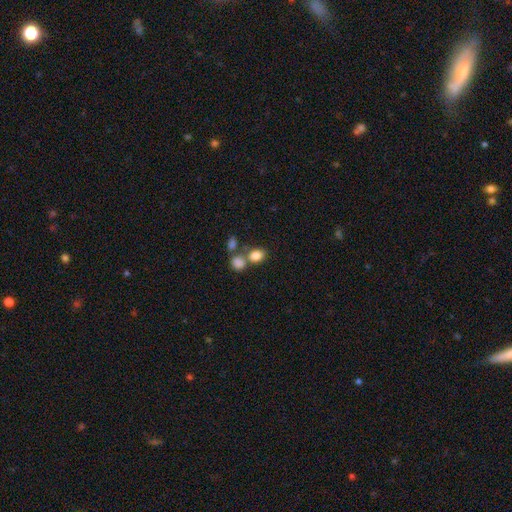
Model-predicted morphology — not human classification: Overall: smooth (83%). How rounded: in between (63%; round 36%). Merging: none (44%; merger 40%).